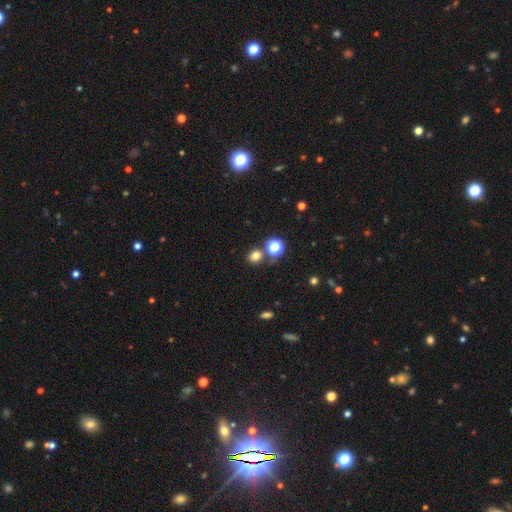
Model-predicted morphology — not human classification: smooth_or_featured: smooth (p=0.76) [alt: star or artifact p=0.18]
how_rounded: round (p=0.81) [alt: in between p=0.18]
merging: none (p=0.76) [alt: merger p=0.13]